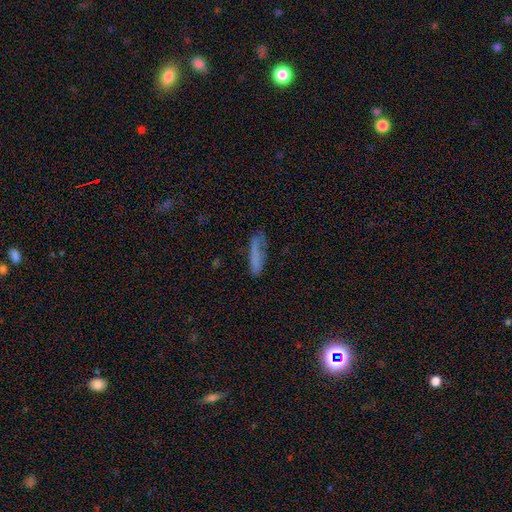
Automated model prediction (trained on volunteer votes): Q: Smooth or featured?
A: smooth (68%); runner-up: featured or disk (19%)
Q: How rounded?
A: cigar-shaped (76%); runner-up: in between (22%)
Q: Merging?
A: none (57%); runner-up: minor disturbance (26%)